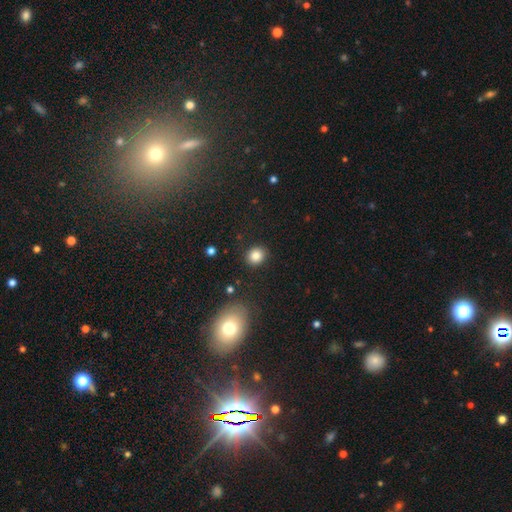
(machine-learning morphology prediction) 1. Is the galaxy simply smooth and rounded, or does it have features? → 85% smooth, 10% star or artifact, 5% featured or disk.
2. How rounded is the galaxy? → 78% round, 21% in between, 1% cigar-shaped.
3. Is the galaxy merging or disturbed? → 89% none, 7% minor disturbance, 3% major disturbance, 2% merger.